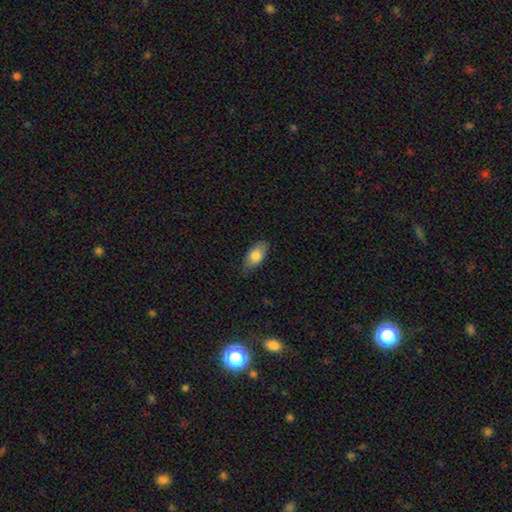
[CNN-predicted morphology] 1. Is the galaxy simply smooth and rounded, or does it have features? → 80% smooth, 14% featured or disk, 7% star or artifact.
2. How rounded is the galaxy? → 91% in between, 5% cigar-shaped, 4% round.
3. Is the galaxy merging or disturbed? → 81% none, 16% minor disturbance, 3% major disturbance, 1% merger.